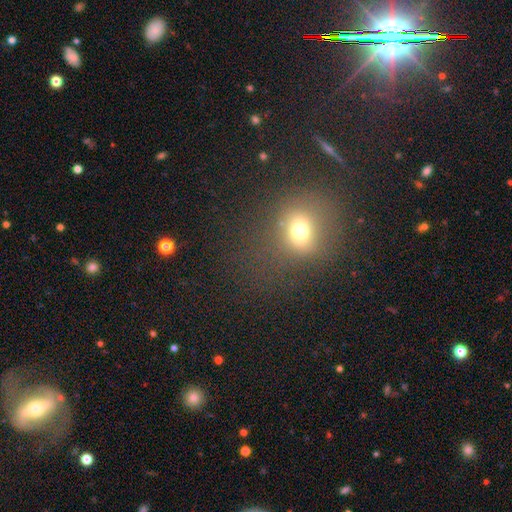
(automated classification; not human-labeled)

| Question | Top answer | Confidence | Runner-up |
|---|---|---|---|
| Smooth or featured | smooth | 45% | star or artifact (40%) |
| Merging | none | 79% | minor disturbance (11%) |